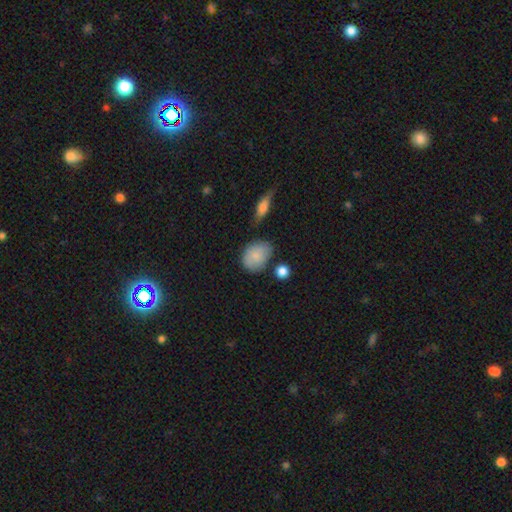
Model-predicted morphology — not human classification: type=smooth (81%); roundness=in between (65%); merging=none (64%).